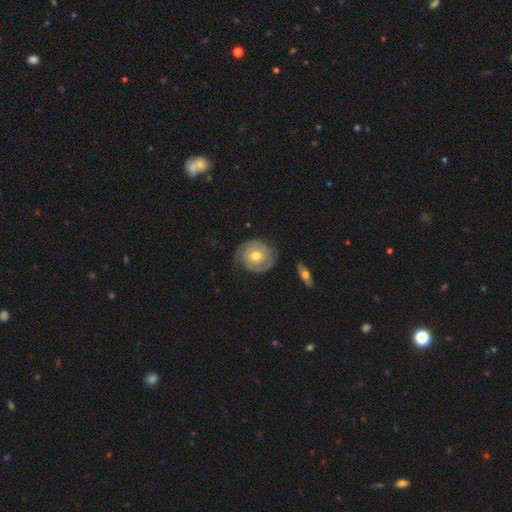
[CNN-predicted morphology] Smooth or featured? featured or disk (72%)
Edge-on disk? no (97%)
Bar? no (73%)
Spiral arms? yes (89%)
Spiral winding? tight (66%)
Spiral arm count? 2 (67%)
Bulge size? moderate (66%)
Merging? none (73%)